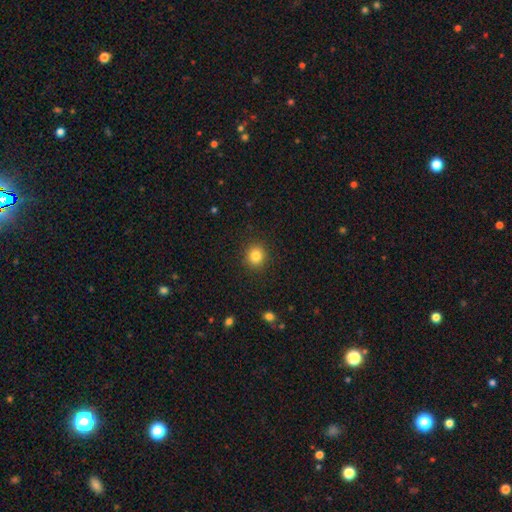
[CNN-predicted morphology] Q: Smooth or featured?
A: smooth (83%); runner-up: star or artifact (11%)
Q: How rounded?
A: round (86%); runner-up: in between (13%)
Q: Merging?
A: none (90%); runner-up: minor disturbance (6%)